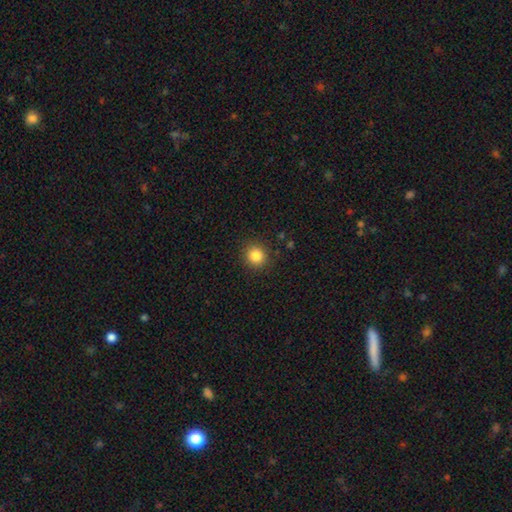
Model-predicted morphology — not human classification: Smooth or featured? smooth (84%)
How rounded? round (90%)
Merging? none (90%)